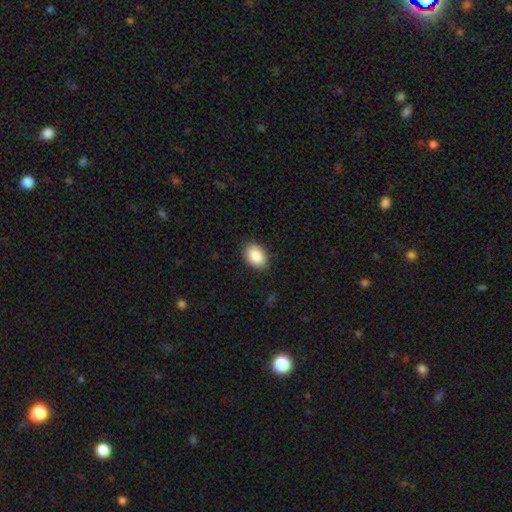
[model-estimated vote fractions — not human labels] Smooth or featured?
  - smooth: 89% *
  - star or artifact: 7%
  - featured or disk: 4%
How rounded?
  - in between: 83% *
  - round: 16%
  - cigar-shaped: 1%
Merging?
  - none: 88% *
  - minor disturbance: 9%
  - major disturbance: 2%
  - merger: 1%